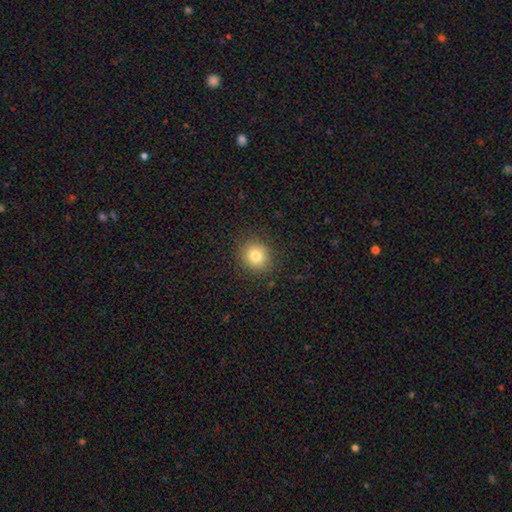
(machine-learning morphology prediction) smooth_or_featured: smooth (p=0.81) [alt: star or artifact p=0.11]
how_rounded: round (p=0.84) [alt: in between p=0.16]
merging: none (p=0.89) [alt: minor disturbance p=0.08]